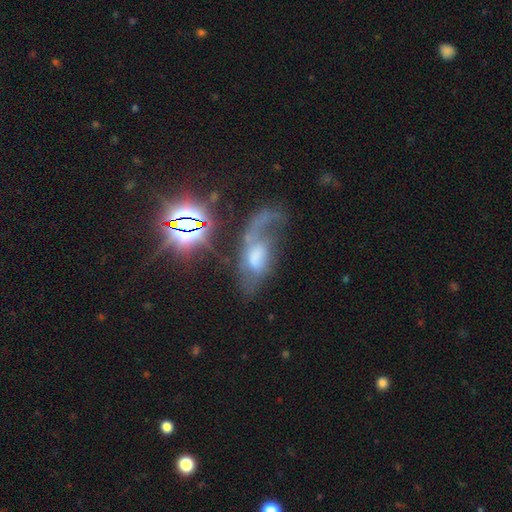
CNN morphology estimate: Overall: featured or disk (62%; smooth 22%). Edge-on disk: no (91%). Bar: no (55%; weak 33%). Spiral arms: yes (78%). Bulge size: moderate (34%; large 24%). Merging: major disturbance (46%; none 27%).